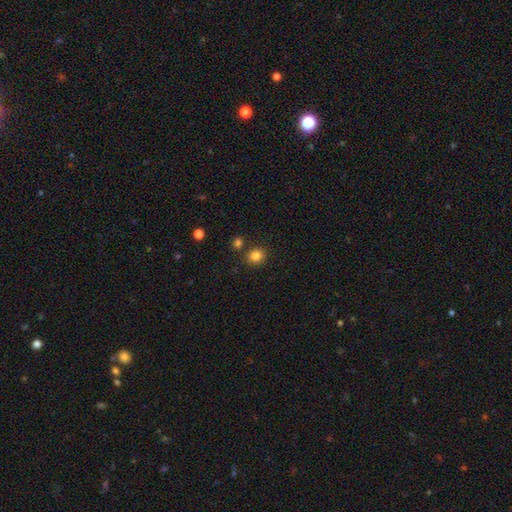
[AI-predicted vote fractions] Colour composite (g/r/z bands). It shows a smooth galaxy with no disk features (83%) that is round (78%). Merging: none (83%).